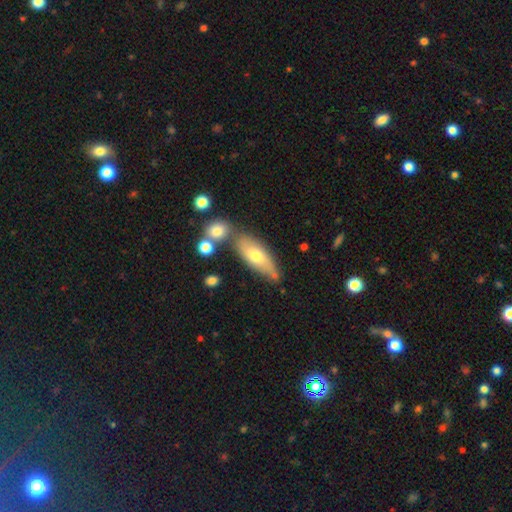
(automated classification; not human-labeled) This is likely a smooth galaxy (63%). How rounded: likely in between (71%). Merging: likely none (61%).